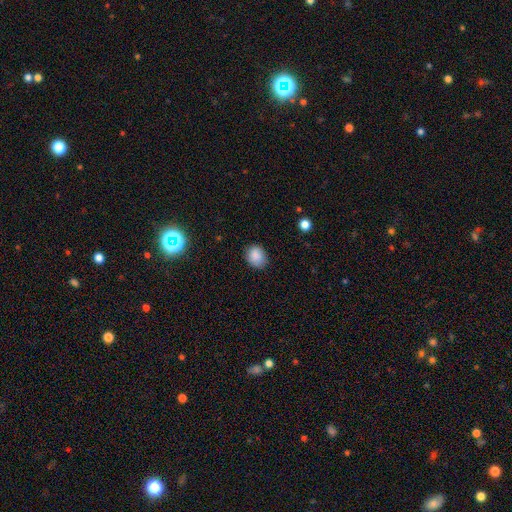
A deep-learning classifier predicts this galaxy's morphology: type=smooth (86%); roundness=round (58%); merging=none (76%).